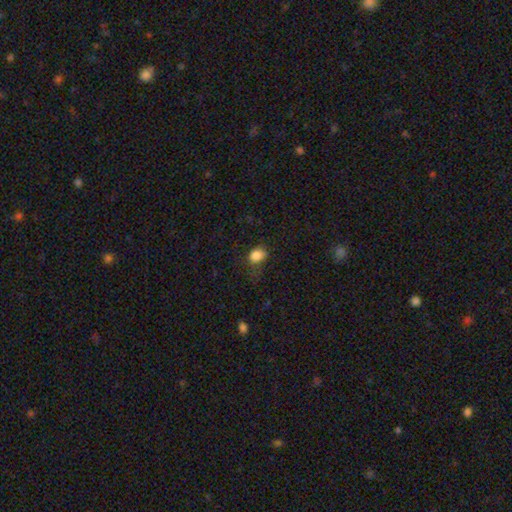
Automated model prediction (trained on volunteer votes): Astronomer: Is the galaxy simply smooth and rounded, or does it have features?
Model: smooth — 84%.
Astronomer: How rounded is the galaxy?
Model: in between — 56% (runner-up: round, 43%).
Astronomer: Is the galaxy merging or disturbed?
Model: none — 55%.